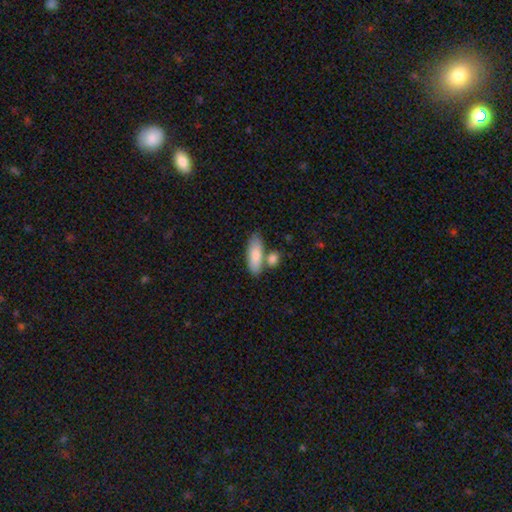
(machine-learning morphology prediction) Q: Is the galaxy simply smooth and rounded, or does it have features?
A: smooth — 83%.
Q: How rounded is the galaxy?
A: in between — 69%.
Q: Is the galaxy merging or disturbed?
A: none — 61%.